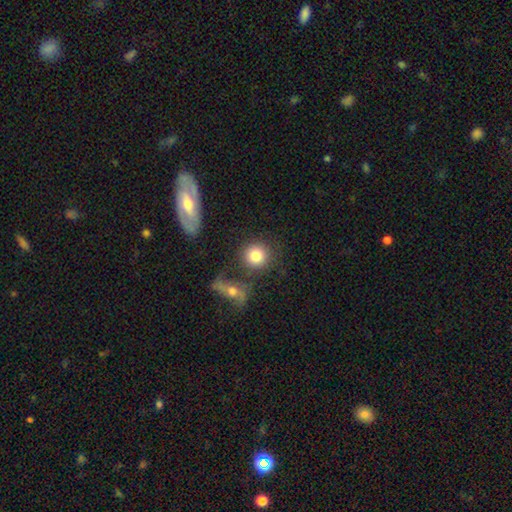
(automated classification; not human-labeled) A smooth galaxy with no disk features (81%) that is round (89%).

Vote fractions:
- Smooth or featured? smooth: 81% / featured or disk: 10% / star or artifact: 9%
- How rounded? round: 89% / in between: 10% / cigar-shaped: 1%
- Merging? none: 69% / merger: 16% / minor disturbance: 10% / major disturbance: 5%